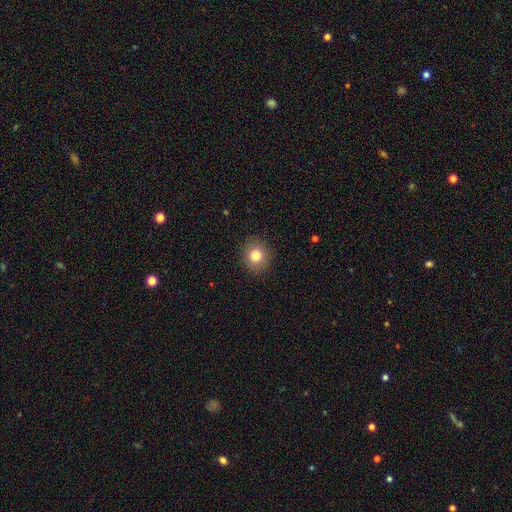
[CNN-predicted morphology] smooth_or_featured: smooth (p=0.81) [alt: star or artifact p=0.11]
how_rounded: round (p=0.81) [alt: in between p=0.18]
merging: none (p=0.90) [alt: minor disturbance p=0.07]